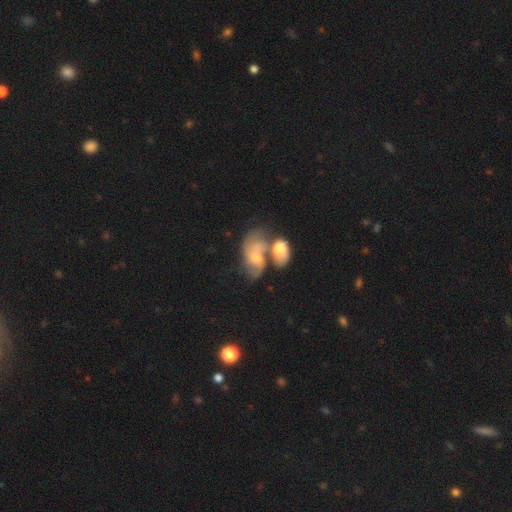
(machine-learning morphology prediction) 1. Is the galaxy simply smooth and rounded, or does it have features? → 58% featured or disk, 33% smooth, 8% star or artifact.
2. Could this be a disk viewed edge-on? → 96% no, 4% yes.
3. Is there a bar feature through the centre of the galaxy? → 69% no, 26% weak, 5% strong.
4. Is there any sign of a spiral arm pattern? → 75% yes, 25% no.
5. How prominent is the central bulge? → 45% moderate, 39% small, 7% large, 7% none, 2% dominant.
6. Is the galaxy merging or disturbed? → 60% merger, 17% none, 13% major disturbance, 11% minor disturbance.